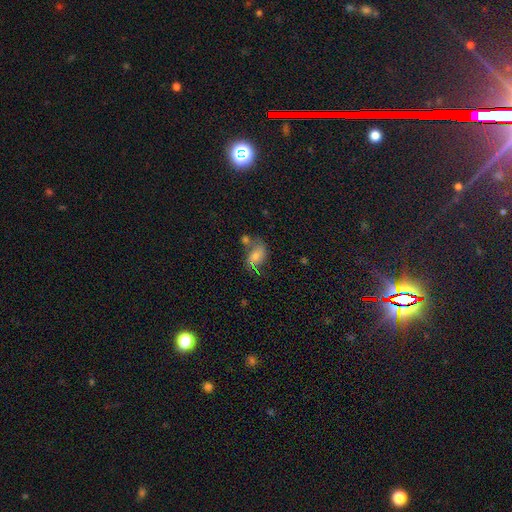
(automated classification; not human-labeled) Morphology: type=featured or disk (44%); merging=none (43%).